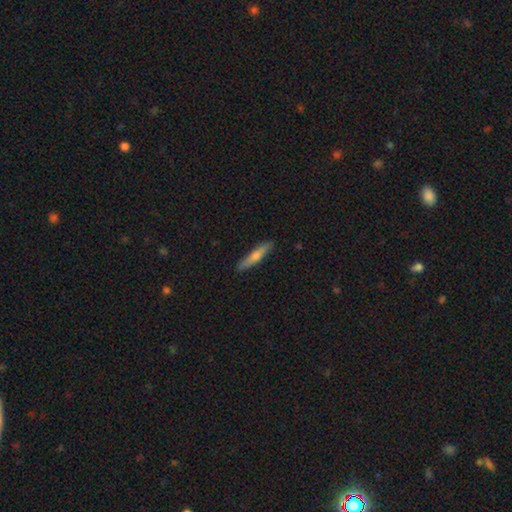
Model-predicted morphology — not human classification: smooth_or_featured: smooth (p=0.58) [alt: featured or disk p=0.36]
how_rounded: cigar-shaped (p=0.91) [alt: in between p=0.07]
merging: none (p=0.89) [alt: minor disturbance p=0.08]